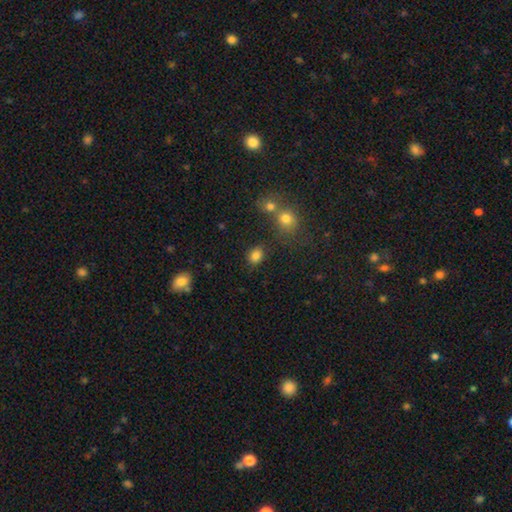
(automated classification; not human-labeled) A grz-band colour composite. It shows a smooth galaxy with no disk features (83%) that is in between round and cigar-shaped (52%). Merging: none (78%).